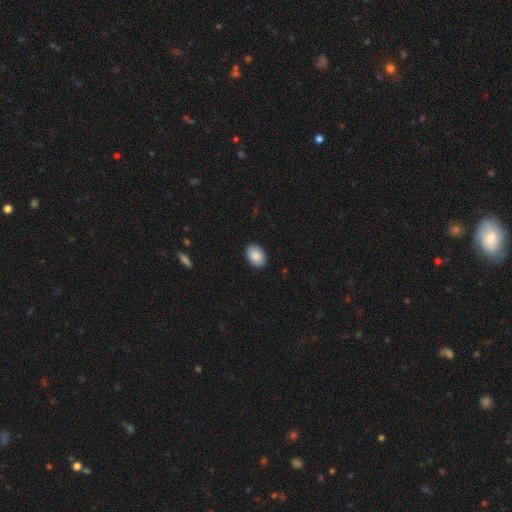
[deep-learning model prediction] Morphology: type=smooth (90%); roundness=in between (85%); merging=none (90%).